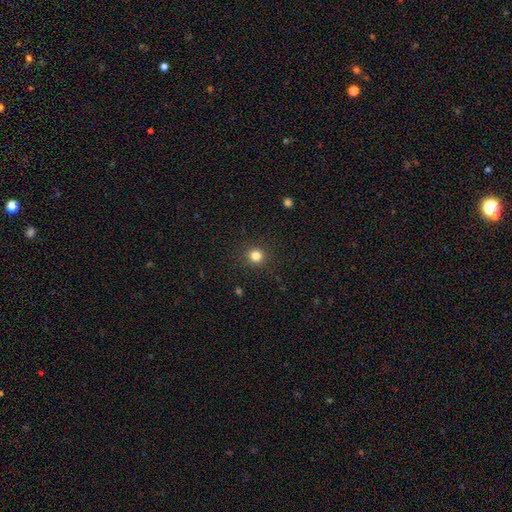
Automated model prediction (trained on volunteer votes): smooth_or_featured: smooth (p=0.82) [alt: star or artifact p=0.13]
how_rounded: round (p=0.93) [alt: in between p=0.07]
merging: none (p=0.91) [alt: minor disturbance p=0.06]